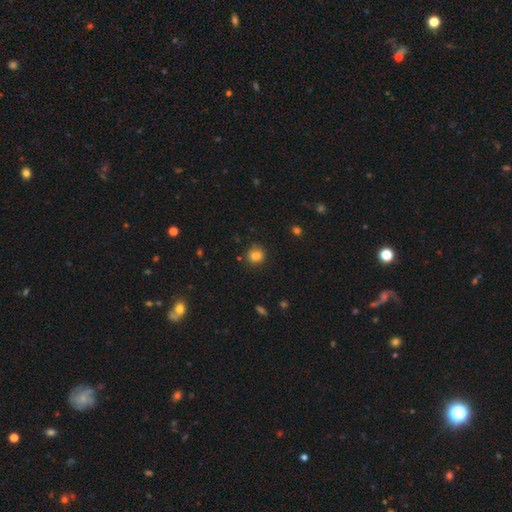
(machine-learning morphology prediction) type=smooth (84%); roundness=round (79%); merging=none (82%).